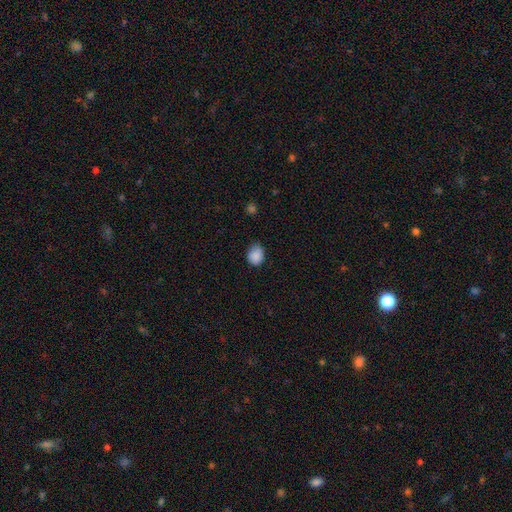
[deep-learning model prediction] Smooth or featured: smooth — 87% (star or artifact — 9%)
How rounded: round — 55% (in between — 44%)
Merging: none — 69% (minor disturbance — 26%)